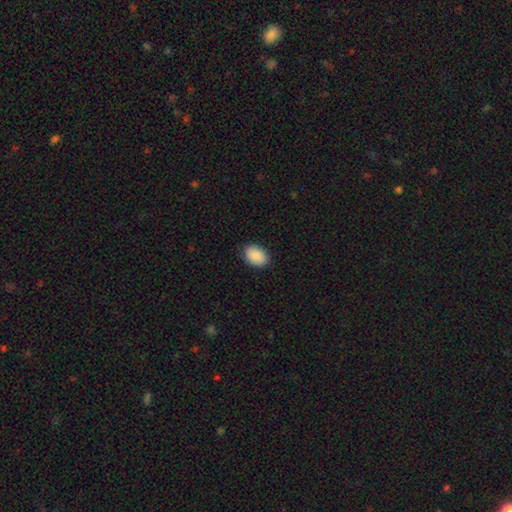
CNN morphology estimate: Q: Smooth or featured?
A: smooth (90%); runner-up: star or artifact (6%)
Q: How rounded?
A: in between (80%); runner-up: round (19%)
Q: Merging?
A: none (88%); runner-up: minor disturbance (9%)